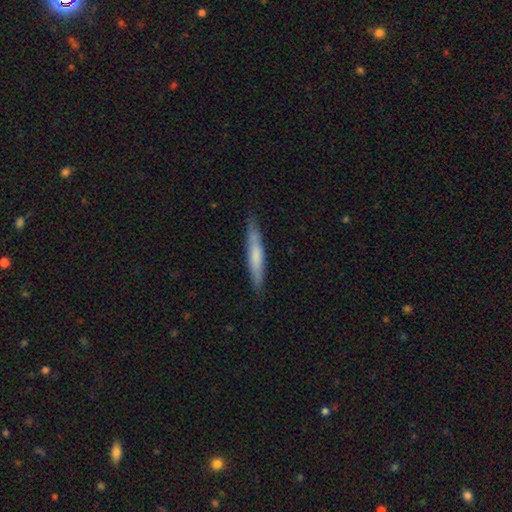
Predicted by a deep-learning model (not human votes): This is likely a smooth galaxy (60%). How rounded: clearly cigar-shaped (93%). Merging: clearly none (85%).